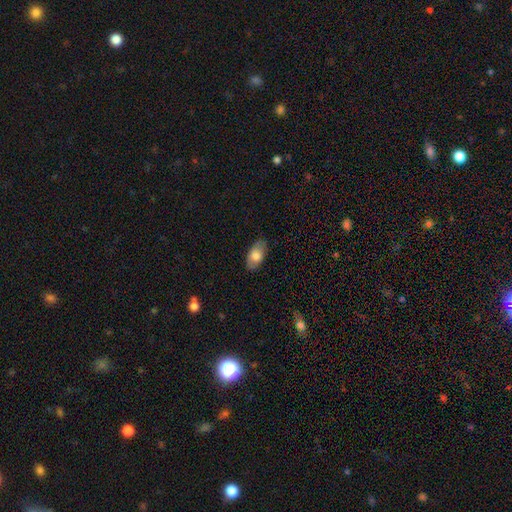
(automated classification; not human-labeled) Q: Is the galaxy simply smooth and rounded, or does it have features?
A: smooth — 75%.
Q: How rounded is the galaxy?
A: in between — 92%.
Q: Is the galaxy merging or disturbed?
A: none — 83%.